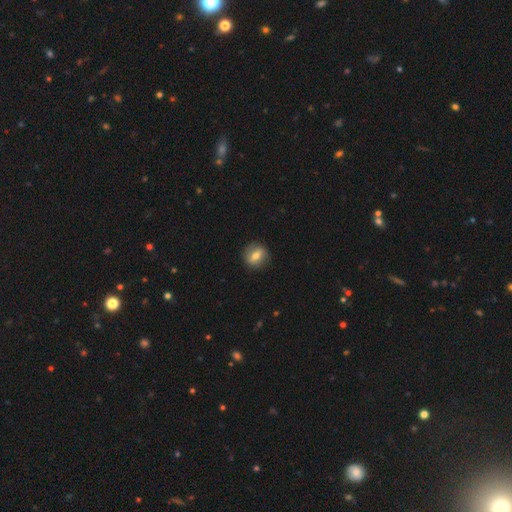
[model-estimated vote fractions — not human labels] smooth 55%, featured or disk 37%, star or artifact 8%. Down the decision tree: how rounded — round (76%); merging — none (88%).